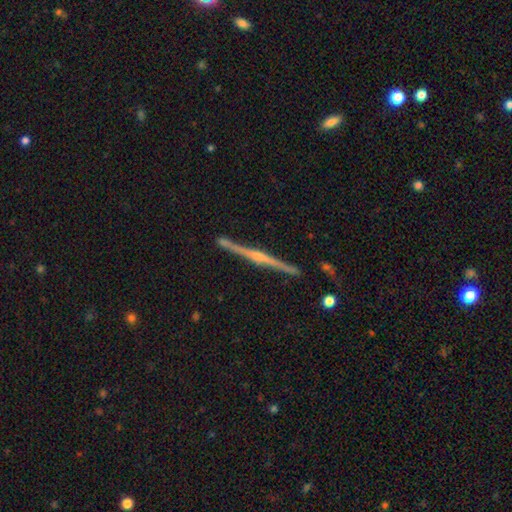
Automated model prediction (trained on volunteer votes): A featured or disk galaxy (84%) viewed edge-on (98%) with a rounded central bulge (72%). Merging: none (89%).